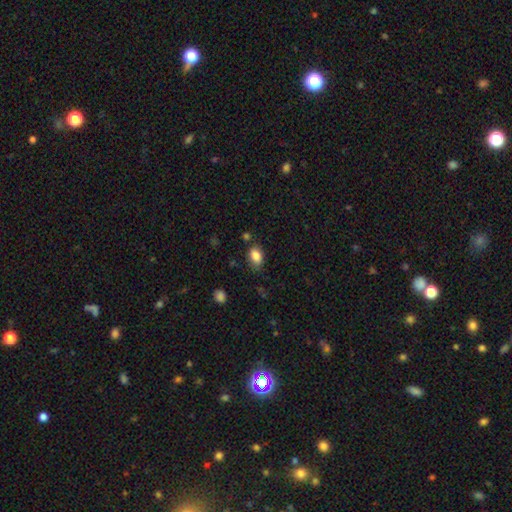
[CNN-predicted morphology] Smooth or featured?
  - smooth: 86% *
  - star or artifact: 9%
  - featured or disk: 5%
How rounded?
  - in between: 86% *
  - round: 13%
  - cigar-shaped: 1%
Merging?
  - none: 72% *
  - minor disturbance: 19%
  - major disturbance: 5%
  - merger: 4%